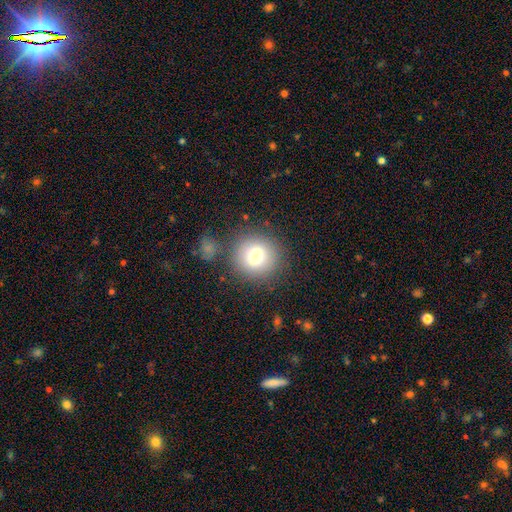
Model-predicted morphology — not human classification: A smooth galaxy with no disk features (76%) that is round (91%).

Vote fractions:
- Smooth or featured? smooth: 76% / featured or disk: 13% / star or artifact: 11%
- How rounded? round: 91% / in between: 8% / cigar-shaped: 1%
- Merging? none: 80% / minor disturbance: 9% / merger: 7% / major disturbance: 4%